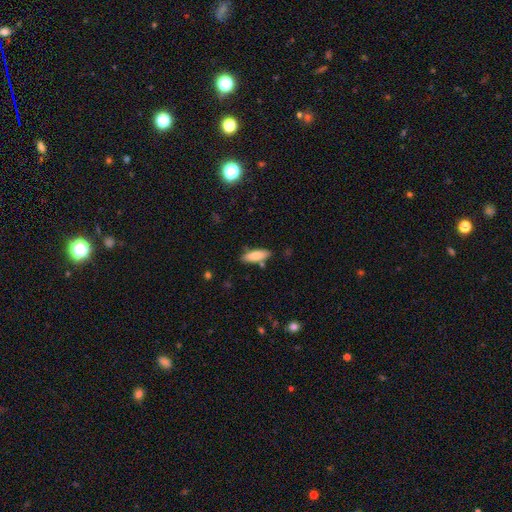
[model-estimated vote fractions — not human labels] A smooth galaxy with no disk features (78%) that is in between round and cigar-shaped (61%). Merging: none (80%).